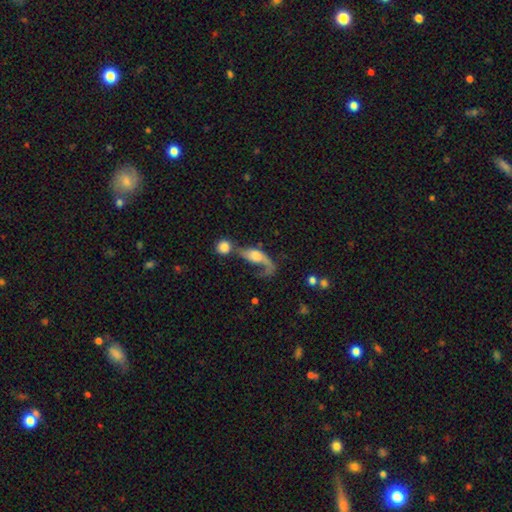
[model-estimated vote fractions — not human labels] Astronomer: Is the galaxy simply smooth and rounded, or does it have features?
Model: featured or disk — 61%.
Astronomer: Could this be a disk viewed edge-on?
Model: no — 87%.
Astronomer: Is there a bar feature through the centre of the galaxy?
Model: no — 67%.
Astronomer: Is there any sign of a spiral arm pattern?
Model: yes — 82%.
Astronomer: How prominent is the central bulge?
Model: moderate — 35% (runner-up: large, 29%).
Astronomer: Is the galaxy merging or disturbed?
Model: merger — 36% (runner-up: major disturbance, 31%).